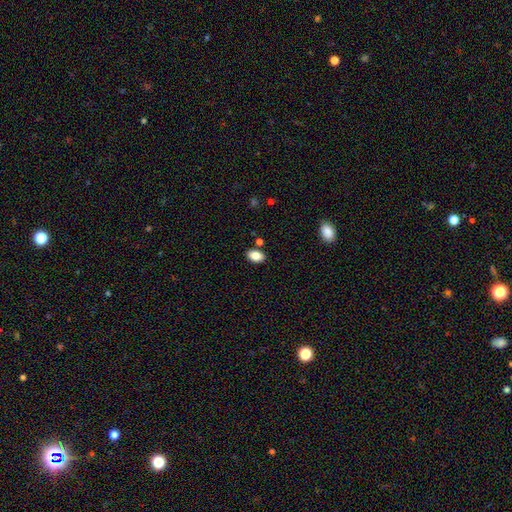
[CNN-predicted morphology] smooth_or_featured: smooth (p=0.85) [alt: star or artifact p=0.09]
how_rounded: in between (p=0.88) [alt: round p=0.11]
merging: none (p=0.84) [alt: minor disturbance p=0.10]